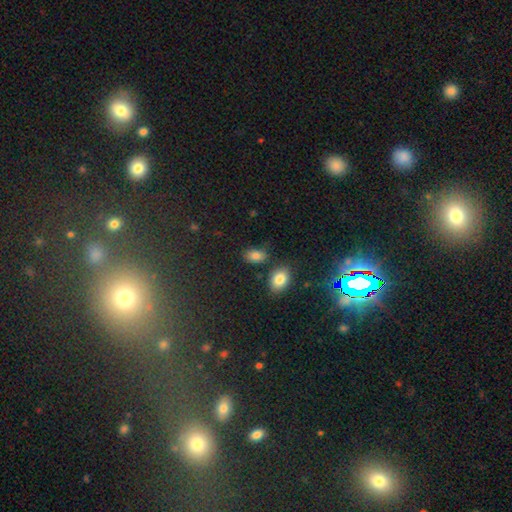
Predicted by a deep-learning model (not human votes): This is clearly a smooth galaxy (81%). How rounded: clearly in between (85%). Merging: likely none (72%).